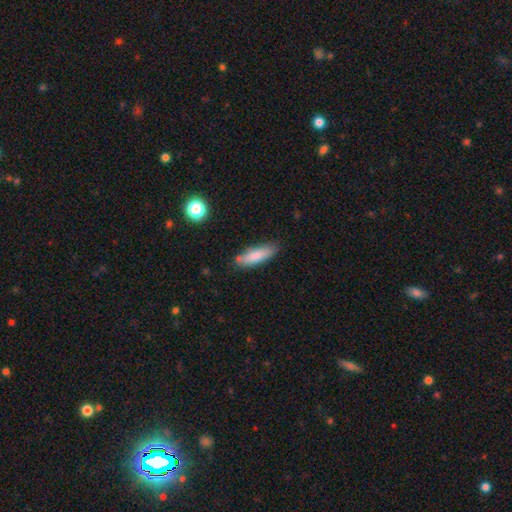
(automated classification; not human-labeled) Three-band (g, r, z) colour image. It shows a smooth galaxy with no disk features (81%) that is cigar-shaped (54%). Merging: none (77%).